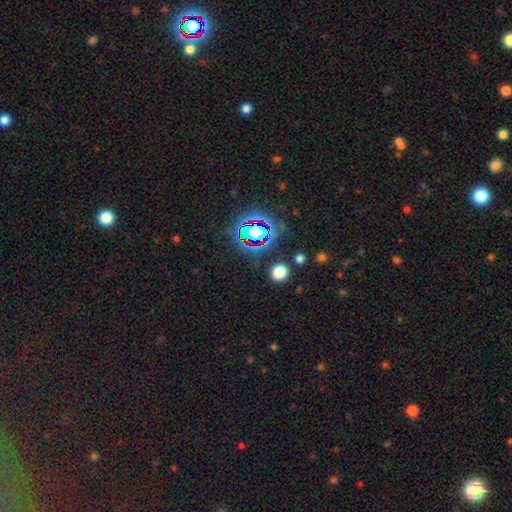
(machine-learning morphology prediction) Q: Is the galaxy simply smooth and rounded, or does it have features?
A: star or artifact — 78%.